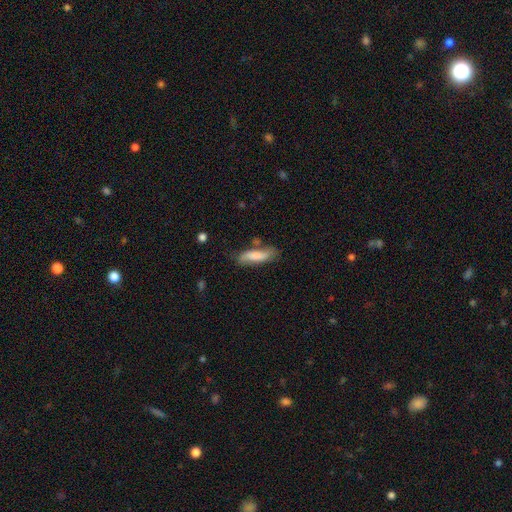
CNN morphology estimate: smooth 72%, featured or disk 21%, star or artifact 6%. Down the decision tree: how rounded — cigar-shaped (54%); merging — none (62%).